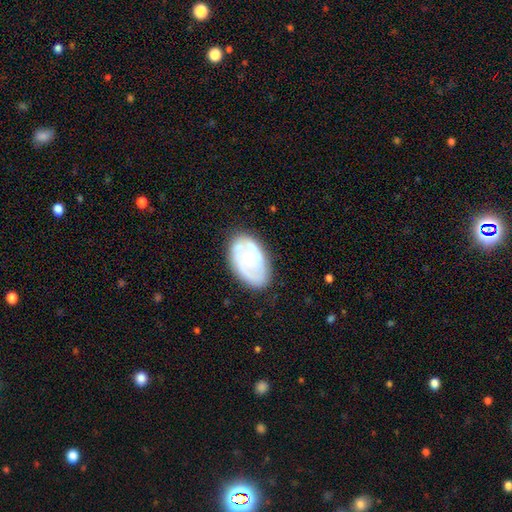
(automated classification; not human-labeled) This appears to be a featured or disk galaxy (63%) with no bar (75%), spiral arms (57%) and a small central bulge (43%). Merging: none (66%).